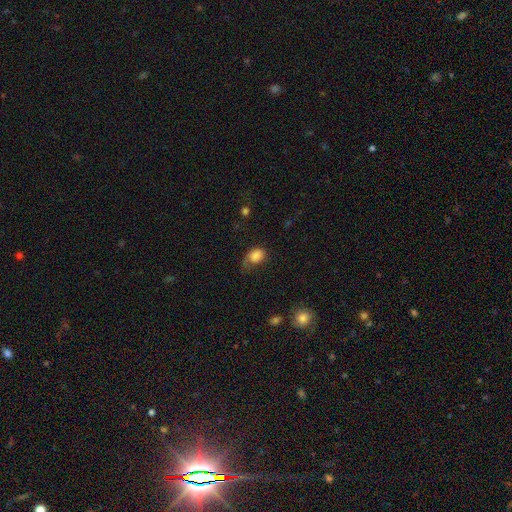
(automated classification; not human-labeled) Smooth or featured?
  - smooth: 78% *
  - featured or disk: 13%
  - star or artifact: 8%
How rounded?
  - in between: 73% *
  - round: 26%
  - cigar-shaped: 1%
Merging?
  - none: 36% *
  - minor disturbance: 31%
  - major disturbance: 30%
  - merger: 3%